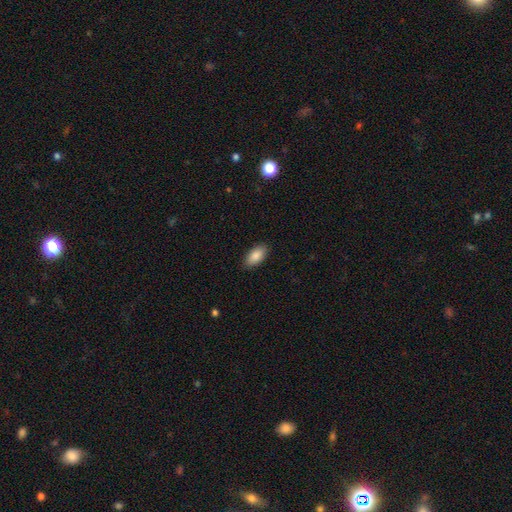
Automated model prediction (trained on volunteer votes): The model was most divided on "merging": none: 88%, minor disturbance: 9%, major disturbance: 2%, merger: 1%. More confident: how rounded — in between (93%); smooth or featured — smooth (89%).